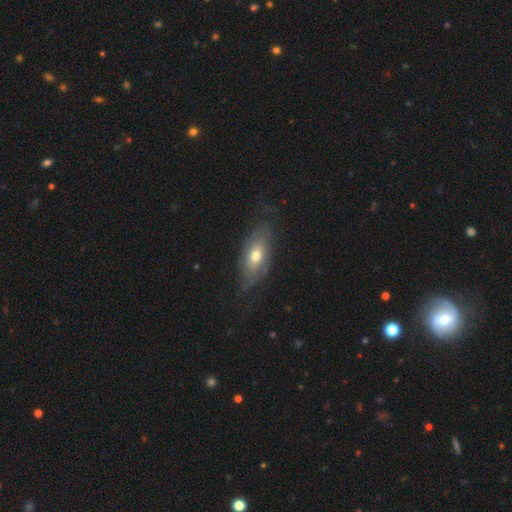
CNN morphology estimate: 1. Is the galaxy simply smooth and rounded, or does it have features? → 49% smooth, 44% featured or disk, 7% star or artifact.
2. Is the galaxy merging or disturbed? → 62% none, 25% minor disturbance, 11% major disturbance, 2% merger.